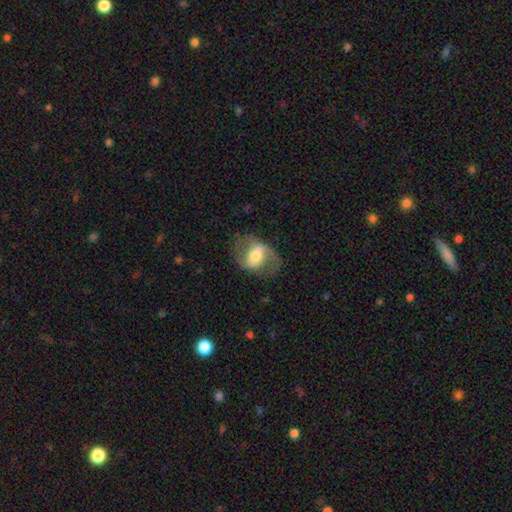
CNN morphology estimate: Q: Smooth or featured?
A: featured or disk (63%); runner-up: smooth (30%)
Q: Edge-on disk?
A: no (95%); runner-up: yes (5%)
Q: Bar?
A: weak (42%); runner-up: strong (33%)
Q: Spiral arms?
A: yes (75%); runner-up: no (25%)
Q: Bulge size?
A: moderate (59%); runner-up: large (19%)
Q: Merging?
A: none (64%); runner-up: minor disturbance (19%)